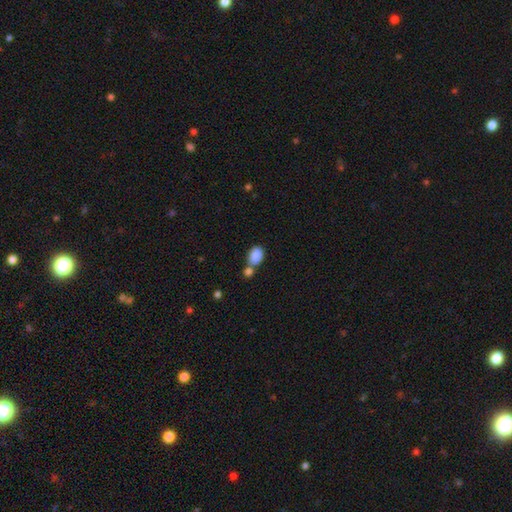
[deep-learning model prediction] Smooth or featured: smooth — 87% (star or artifact — 8%)
How rounded: in between — 81% (round — 18%)
Merging: none — 44% (merger — 41%)